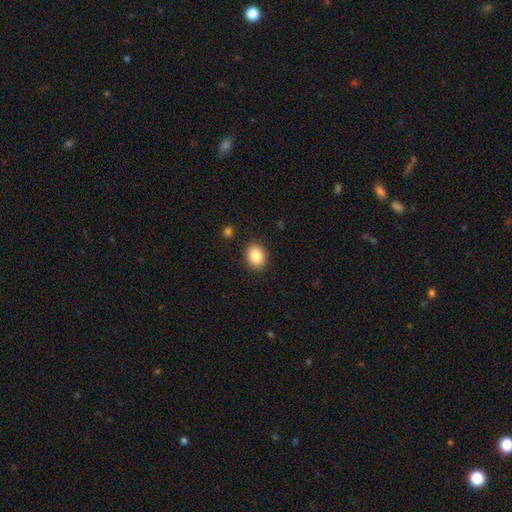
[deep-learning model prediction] This is clearly a smooth galaxy (85%). How rounded: possibly round (52%). Merging: clearly none (89%).